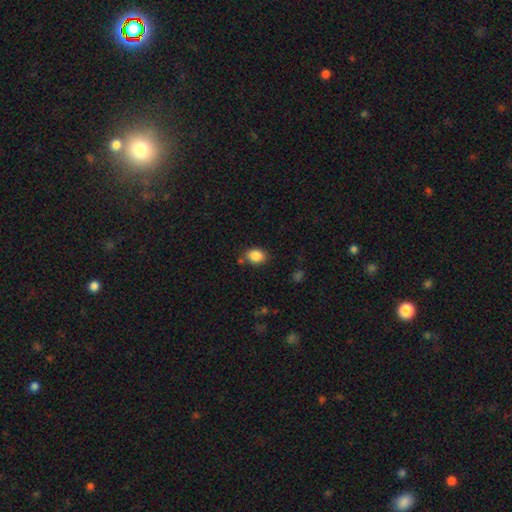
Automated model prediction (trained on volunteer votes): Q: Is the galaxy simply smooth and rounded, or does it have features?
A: smooth — 86%.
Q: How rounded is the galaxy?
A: in between — 62%.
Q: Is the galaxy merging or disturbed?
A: none — 78%.